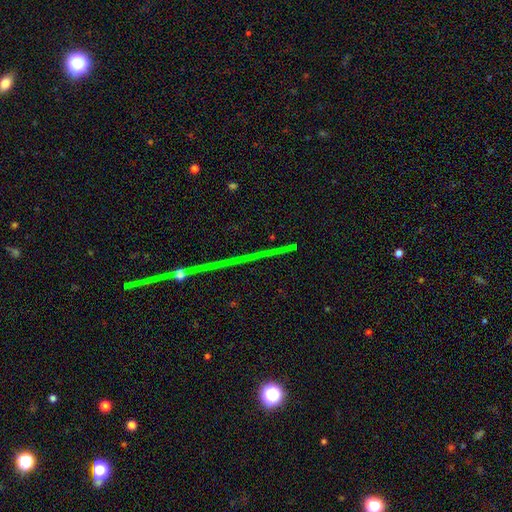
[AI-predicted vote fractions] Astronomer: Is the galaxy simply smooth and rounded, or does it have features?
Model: star or artifact — 73%.